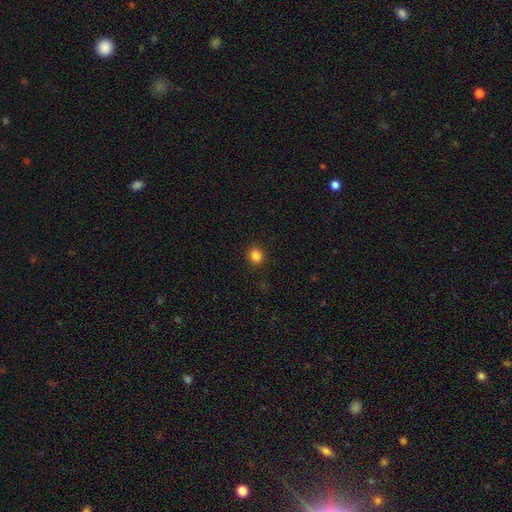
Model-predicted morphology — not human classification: Q: Smooth or featured?
A: smooth (84%); runner-up: star or artifact (12%)
Q: How rounded?
A: round (88%); runner-up: in between (11%)
Q: Merging?
A: none (92%); runner-up: minor disturbance (5%)